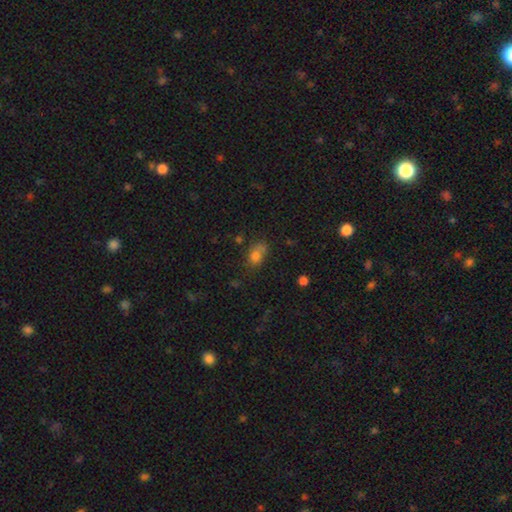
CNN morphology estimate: Q: Smooth or featured?
A: smooth (75%); runner-up: star or artifact (15%)
Q: How rounded?
A: in between (72%); runner-up: round (25%)
Q: Merging?
A: none (48%); runner-up: minor disturbance (26%)